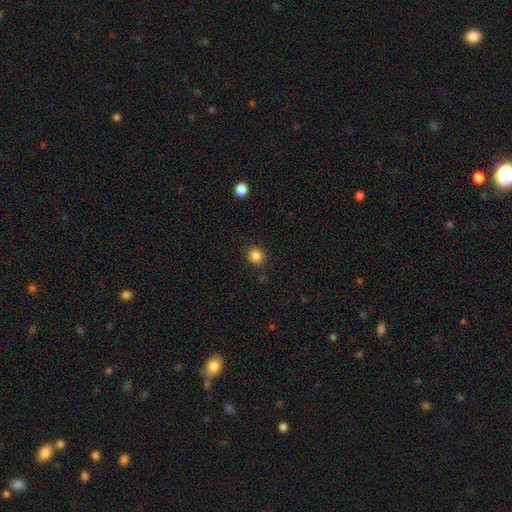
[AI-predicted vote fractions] A smooth galaxy with no disk features (85%) that is round (84%).

Vote fractions:
- Smooth or featured? smooth: 85% / star or artifact: 12% / featured or disk: 4%
- How rounded? round: 84% / in between: 15% / cigar-shaped: 1%
- Merging? none: 88% / minor disturbance: 8% / major disturbance: 2% / merger: 2%